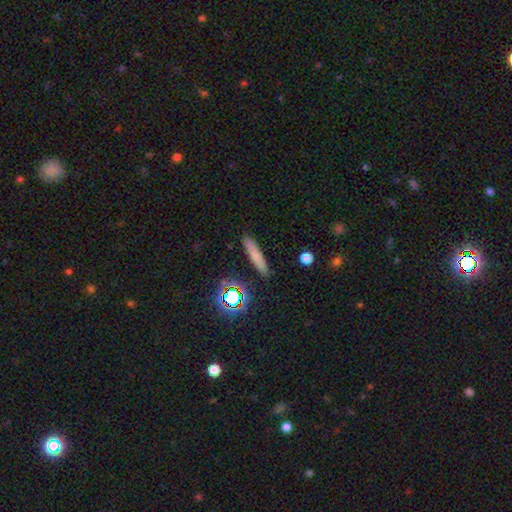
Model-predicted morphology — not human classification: Smooth or featured? smooth (73%)
How rounded? cigar-shaped (85%)
Merging? none (87%)